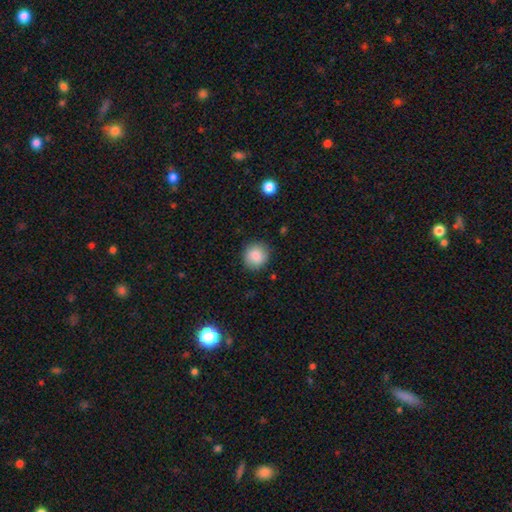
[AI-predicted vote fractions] Smooth or featured: smooth — 86% (star or artifact — 8%)
How rounded: round — 89% (in between — 11%)
Merging: none — 87% (minor disturbance — 9%)